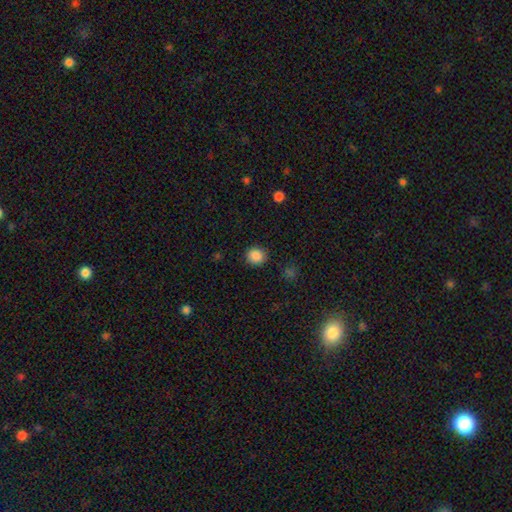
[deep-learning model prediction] A smooth galaxy with no disk features (87%) that is round (84%). Merging: none (89%).